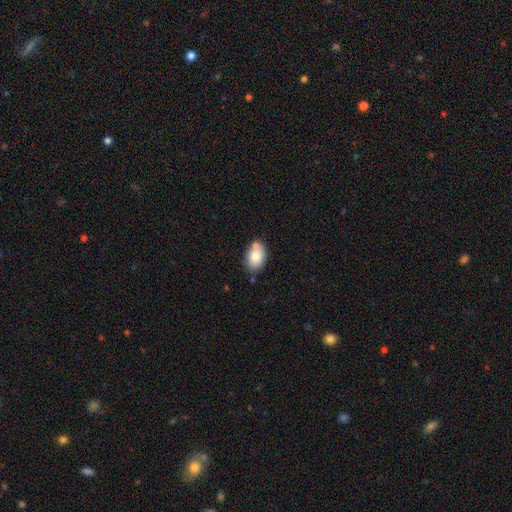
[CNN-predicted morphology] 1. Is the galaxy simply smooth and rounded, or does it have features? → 84% smooth, 9% featured or disk, 7% star or artifact.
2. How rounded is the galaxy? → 82% in between, 16% round, 1% cigar-shaped.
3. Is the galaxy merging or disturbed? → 65% none, 16% minor disturbance, 15% merger, 4% major disturbance.